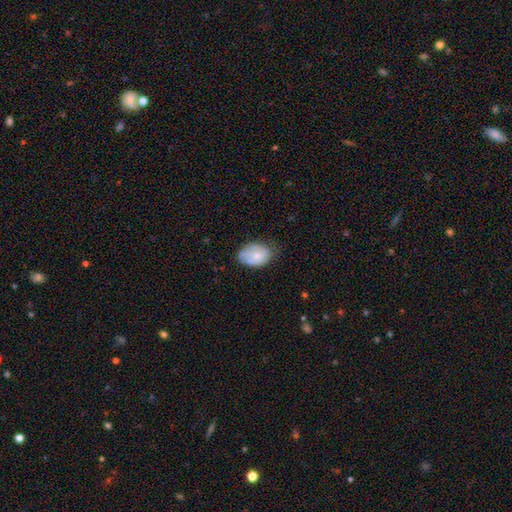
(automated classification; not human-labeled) Morphology: type=smooth (67%); roundness=in between (80%); merging=none (53%).